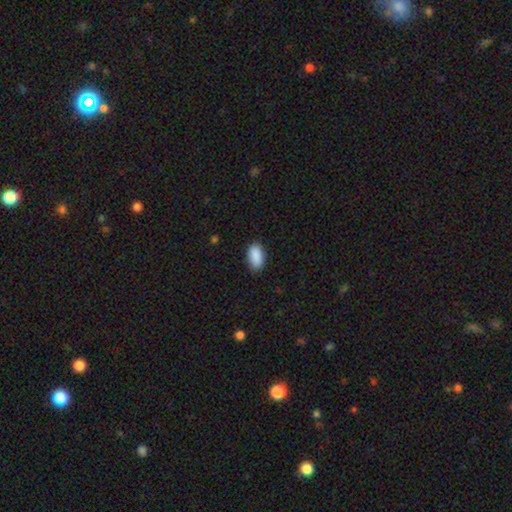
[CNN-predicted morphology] The model was most divided on "merging": none: 86%, minor disturbance: 10%, major disturbance: 2%, merger: 1%. More confident: how rounded — in between (94%); smooth or featured — smooth (90%).